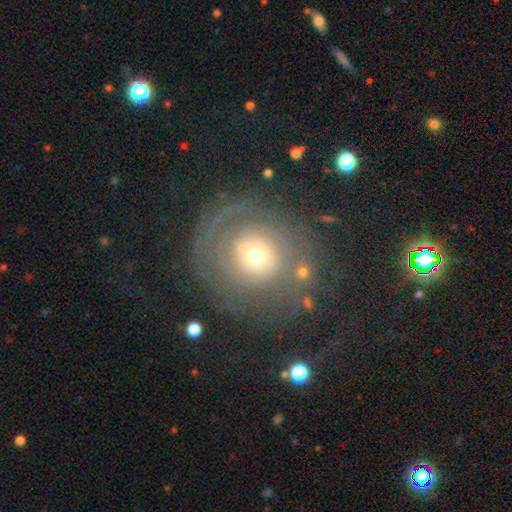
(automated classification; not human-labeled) Overall: featured or disk (58%; smooth 29%). Edge-on disk: no (96%). Bar: no (87%). Spiral arms: yes (61%; no 39%). Bulge size: moderate (49%; small 39%). Merging: none (68%).